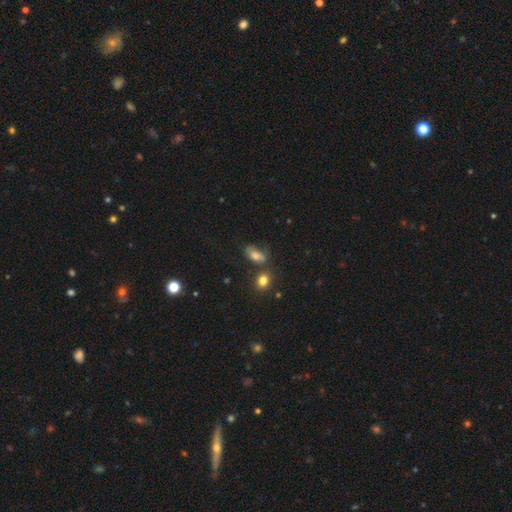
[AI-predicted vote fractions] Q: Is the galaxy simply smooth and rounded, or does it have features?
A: smooth — 67%.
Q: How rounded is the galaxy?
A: in between — 81%.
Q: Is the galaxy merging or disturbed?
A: none — 52%.